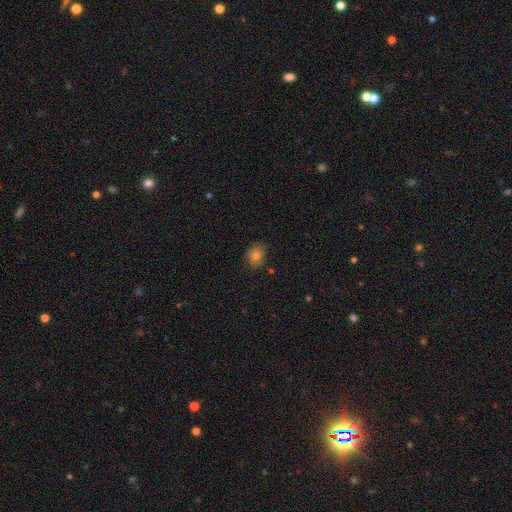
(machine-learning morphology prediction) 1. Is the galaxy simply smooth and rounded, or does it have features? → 80% smooth, 12% star or artifact, 9% featured or disk.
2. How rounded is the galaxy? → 51% round, 48% in between, 1% cigar-shaped.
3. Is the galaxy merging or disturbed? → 77% none, 18% minor disturbance, 3% major disturbance, 2% merger.